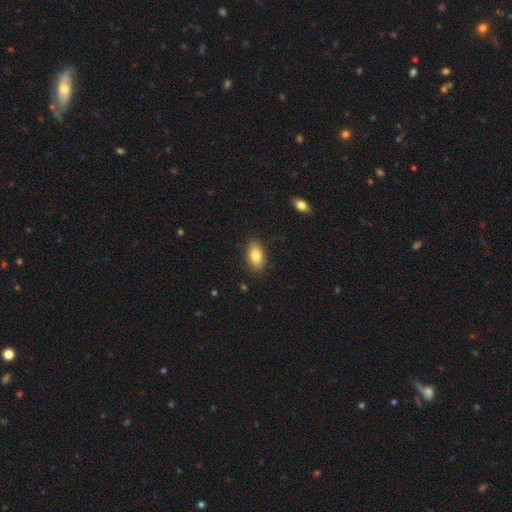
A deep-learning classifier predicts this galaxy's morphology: Smooth or featured? Predicted: smooth (p=0.83). How rounded? Predicted: in between (p=0.92). Merging? Predicted: none (p=0.87).